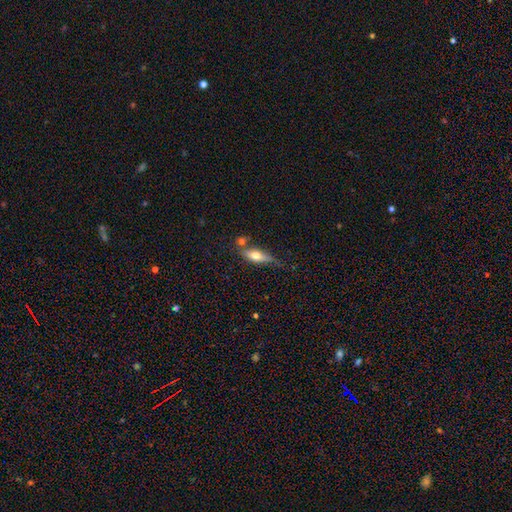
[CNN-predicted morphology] A smooth galaxy with no disk features (53%) that is cigar-shaped (51%).

Vote fractions:
- Smooth or featured? smooth: 53% / featured or disk: 40% / star or artifact: 7%
- How rounded? cigar-shaped: 51% / in between: 46% / round: 3%
- Merging? none: 57% / minor disturbance: 23% / merger: 13% / major disturbance: 7%